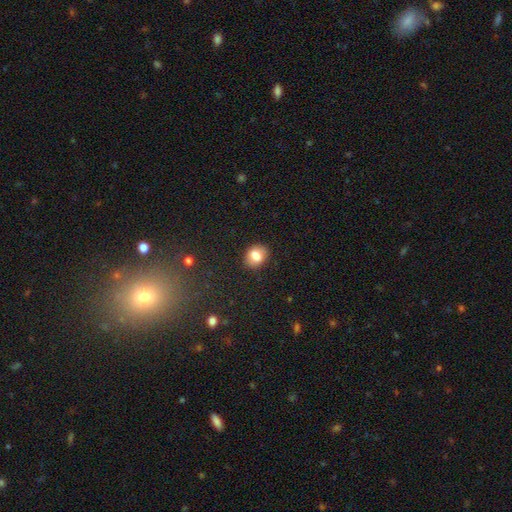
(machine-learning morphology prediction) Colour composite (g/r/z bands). It shows a smooth galaxy with no disk features (80%) that is round (55%). Merging: none (88%).